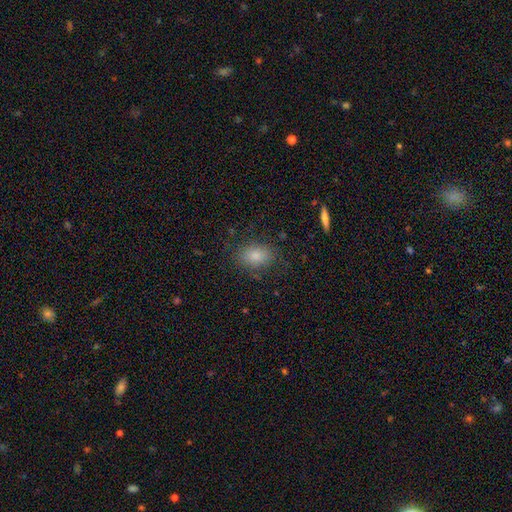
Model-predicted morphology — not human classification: smooth-or-featured: smooth: 82% | star or artifact: 9% | featured or disk: 9%
  how-rounded: in between: 76% | round: 22% | cigar-shaped: 2%
  merging: none: 77% | minor disturbance: 15% | major disturbance: 6% | merger: 1%